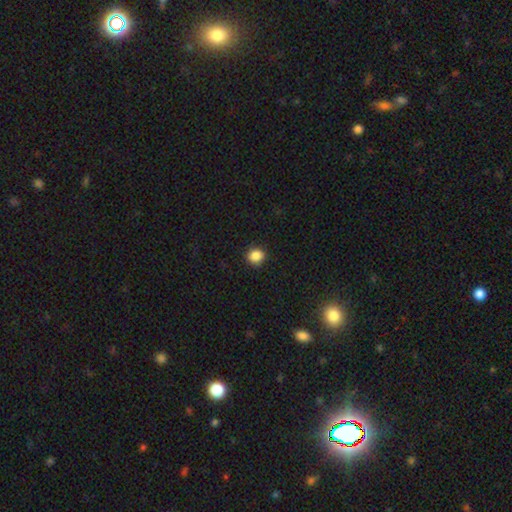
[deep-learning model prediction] Smooth or featured?
  - smooth: 86% *
  - star or artifact: 11%
  - featured or disk: 3%
How rounded?
  - round: 82% *
  - in between: 17%
  - cigar-shaped: 1%
Merging?
  - none: 89% *
  - minor disturbance: 8%
  - major disturbance: 2%
  - merger: 1%